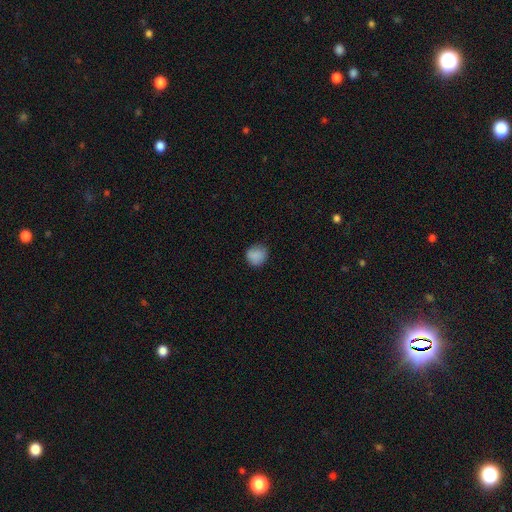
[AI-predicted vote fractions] Smooth or featured? Predicted: smooth (p=0.87). How rounded? Predicted: round (p=0.88). Merging? Predicted: none (p=0.81).